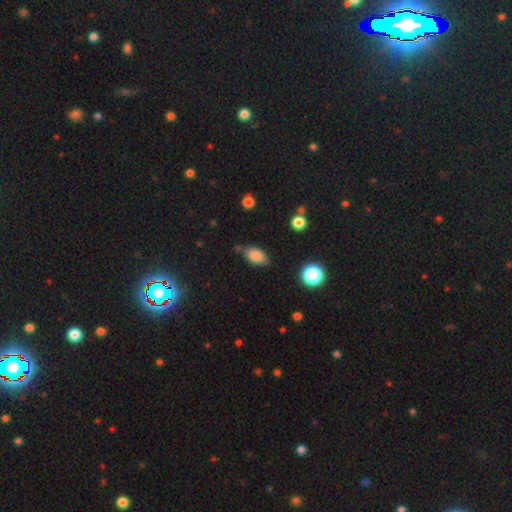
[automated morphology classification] Smooth or featured? Predicted: smooth (p=0.82). How rounded? Predicted: in between (p=0.90). Merging? Predicted: none (p=0.70).